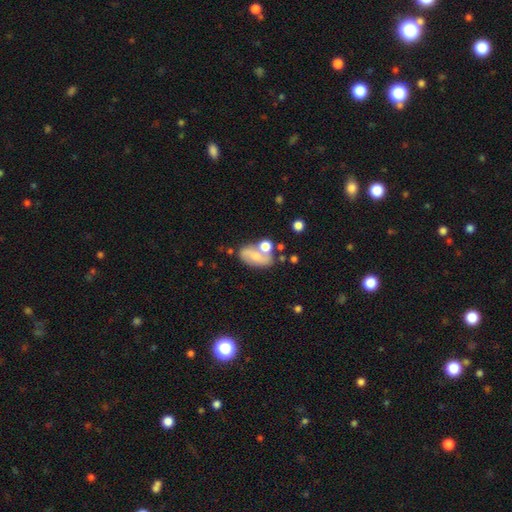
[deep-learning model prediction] The model was most divided on "merging": none: 42%, merger: 30%, minor disturbance: 18%, major disturbance: 10%. More confident: how rounded — in between (83%); smooth or featured — smooth (51%).